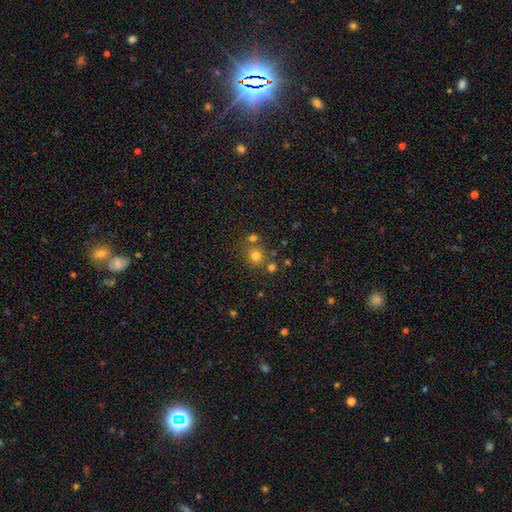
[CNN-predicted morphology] A smooth galaxy with no disk features (73%) that is round (87%). Merging: none (69%).